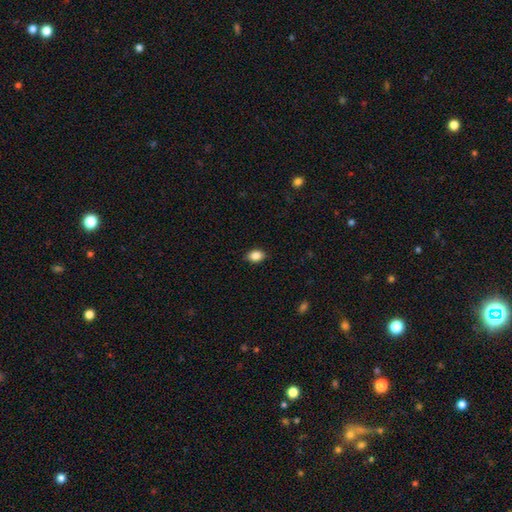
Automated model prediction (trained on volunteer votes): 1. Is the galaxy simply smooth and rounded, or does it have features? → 87% smooth, 8% star or artifact, 5% featured or disk.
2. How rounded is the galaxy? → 79% in between, 20% round, 1% cigar-shaped.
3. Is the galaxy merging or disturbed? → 87% none, 10% minor disturbance, 2% major disturbance, 1% merger.